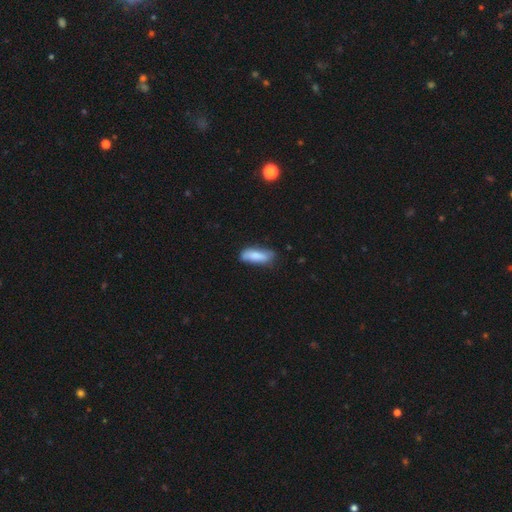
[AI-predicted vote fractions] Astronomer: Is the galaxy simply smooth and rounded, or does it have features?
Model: smooth — 81%.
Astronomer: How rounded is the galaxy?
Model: in between — 62%.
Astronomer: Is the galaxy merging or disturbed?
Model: none — 64%.